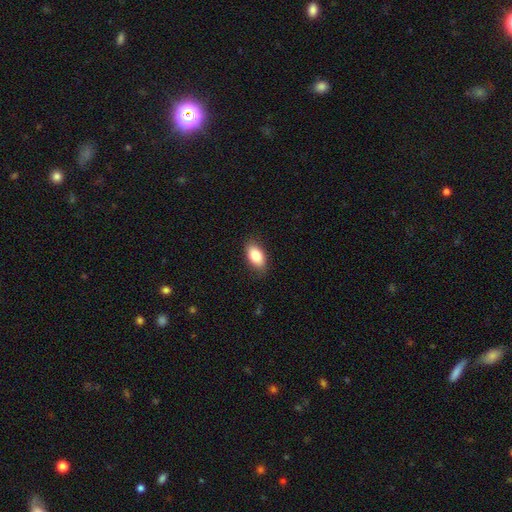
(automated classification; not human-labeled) Smooth or featured? Predicted: smooth (p=0.84). How rounded? Predicted: in between (p=0.92). Merging? Predicted: none (p=0.83).